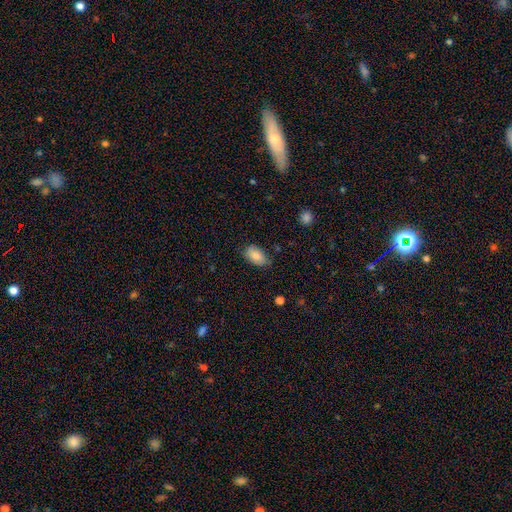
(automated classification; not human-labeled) Smooth or featured? Predicted: smooth (p=0.83). How rounded? Predicted: in between (p=0.93). Merging? Predicted: none (p=0.72).